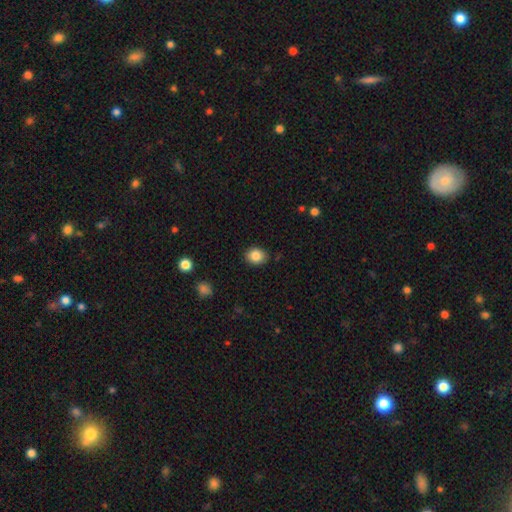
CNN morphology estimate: Q: Smooth or featured?
A: smooth (85%); runner-up: star or artifact (9%)
Q: How rounded?
A: round (55%); runner-up: in between (45%)
Q: Merging?
A: none (87%); runner-up: minor disturbance (9%)